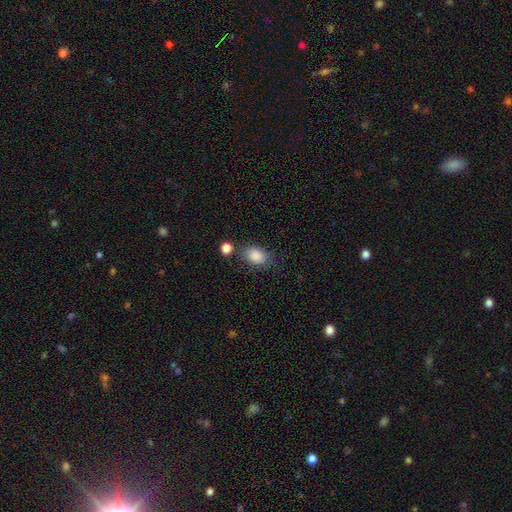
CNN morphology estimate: smooth 86%, star or artifact 8%, featured or disk 5%. Down the decision tree: how rounded — in between (82%); merging — none (72%).